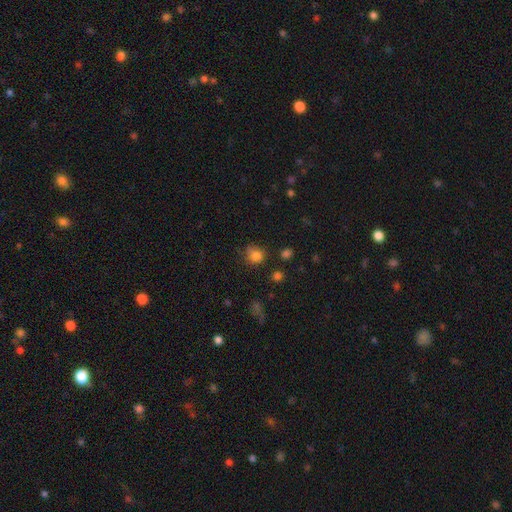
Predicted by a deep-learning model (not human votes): A smooth galaxy with no disk features (81%) that is round (80%). Merging: none (66%).